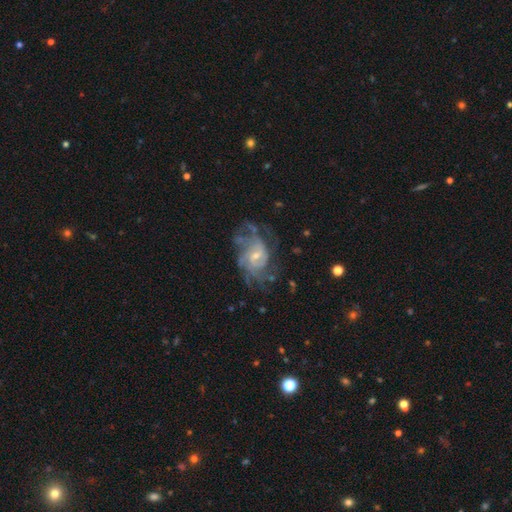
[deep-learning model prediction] Q: Smooth or featured?
A: featured or disk (83%); runner-up: smooth (9%)
Q: Edge-on disk?
A: no (97%); runner-up: yes (3%)
Q: Bar?
A: no (49%); runner-up: weak (43%)
Q: Spiral arms?
A: yes (90%); runner-up: no (10%)
Q: Spiral winding?
A: tight (43%); runner-up: medium (41%)
Q: Spiral arm count?
A: can't tell (39%); runner-up: 4 (20%)
Q: Bulge size?
A: small (62%); runner-up: moderate (32%)
Q: Merging?
A: none (55%); runner-up: major disturbance (22%)